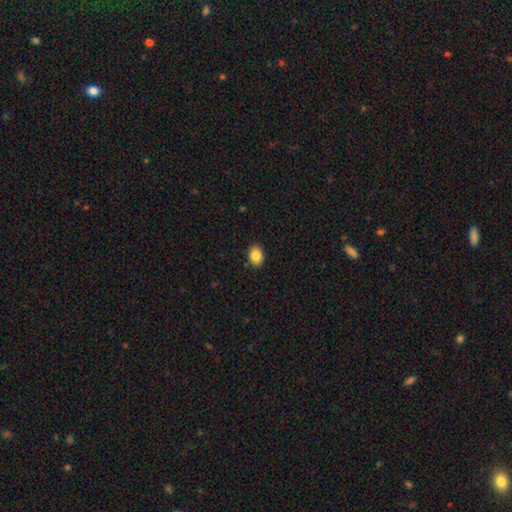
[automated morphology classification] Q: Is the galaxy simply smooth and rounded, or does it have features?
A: smooth — 86%.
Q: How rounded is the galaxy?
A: in between — 66%.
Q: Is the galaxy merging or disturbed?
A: none — 90%.